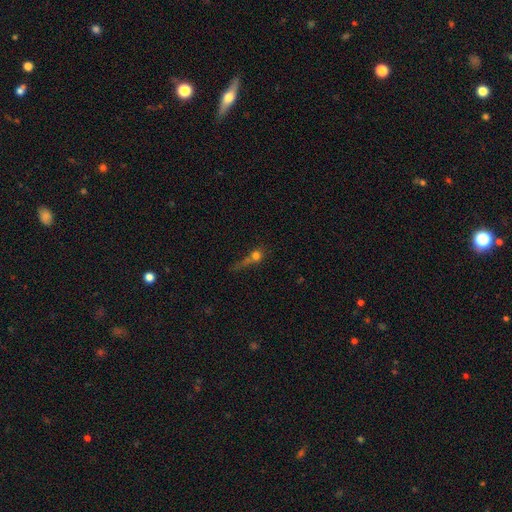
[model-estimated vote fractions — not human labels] Smooth or featured? smooth (60%)
How rounded? round (69%)
Merging? none (35%)